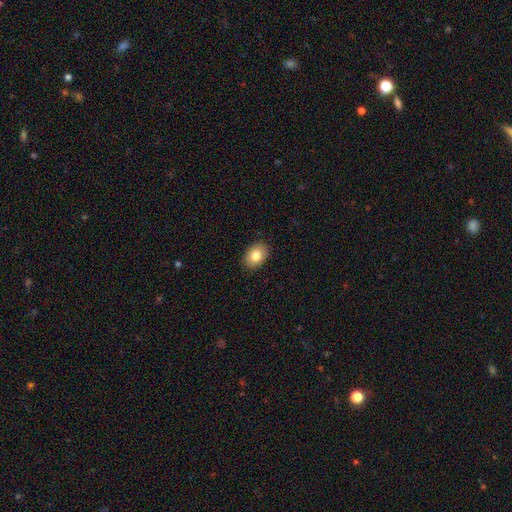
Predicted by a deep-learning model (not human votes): A smooth galaxy with no disk features (82%) that is in between round and cigar-shaped (75%).

Vote fractions:
- Smooth or featured? smooth: 82% / featured or disk: 10% / star or artifact: 8%
- How rounded? in between: 75% / round: 24% / cigar-shaped: 1%
- Merging? none: 89% / minor disturbance: 8% / major disturbance: 2% / merger: 1%